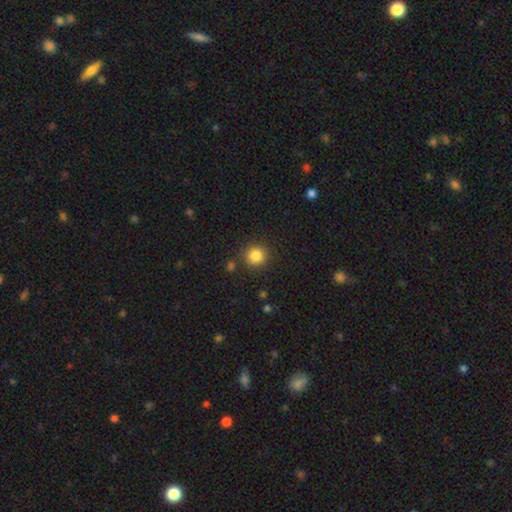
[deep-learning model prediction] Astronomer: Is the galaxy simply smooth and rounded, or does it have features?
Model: smooth — 85%.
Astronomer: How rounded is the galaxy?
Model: round — 94%.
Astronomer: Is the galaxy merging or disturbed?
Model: none — 87%.